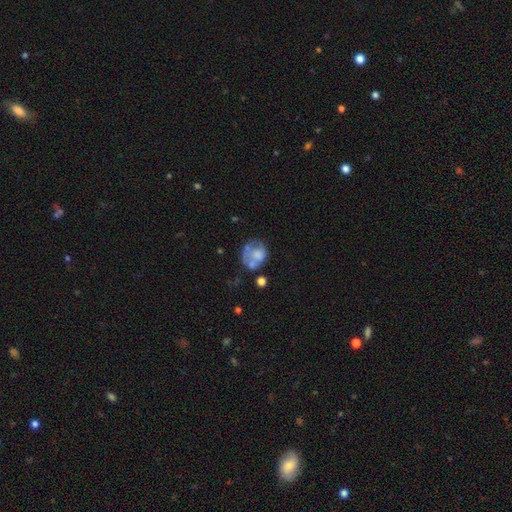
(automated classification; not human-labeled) Smooth or featured? smooth (50%)
Merging? none (36%)